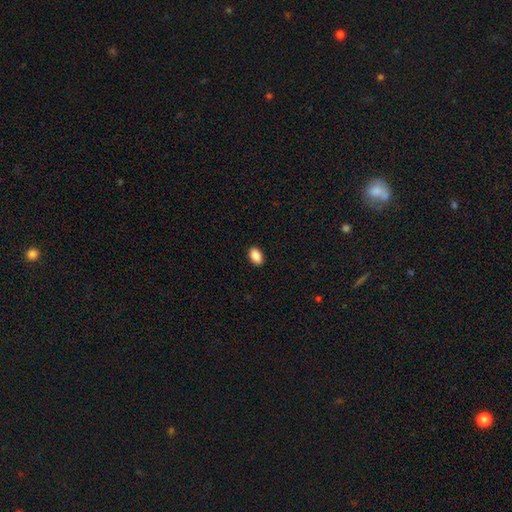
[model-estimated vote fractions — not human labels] smooth_or_featured: smooth (p=0.88) [alt: star or artifact p=0.07]
how_rounded: in between (p=0.89) [alt: round p=0.10]
merging: none (p=0.91) [alt: minor disturbance p=0.07]